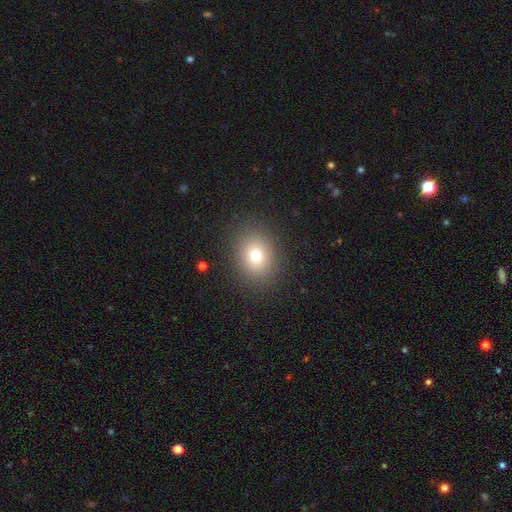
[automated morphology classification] This is likely a smooth galaxy (74%). How rounded: likely round (61%). Merging: clearly none (88%).